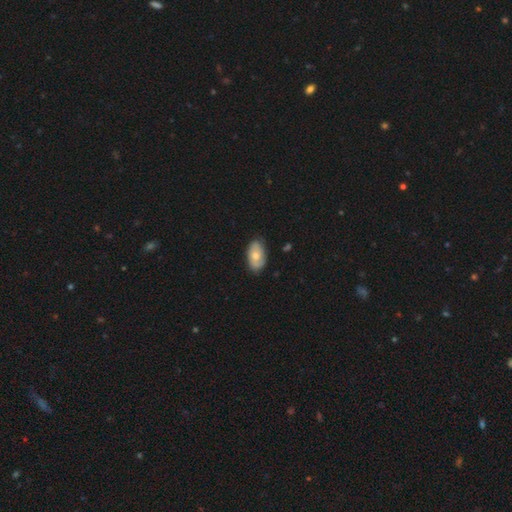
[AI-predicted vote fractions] This is possibly a smooth galaxy (53%). How rounded: clearly in between (92%). Merging: likely none (76%).